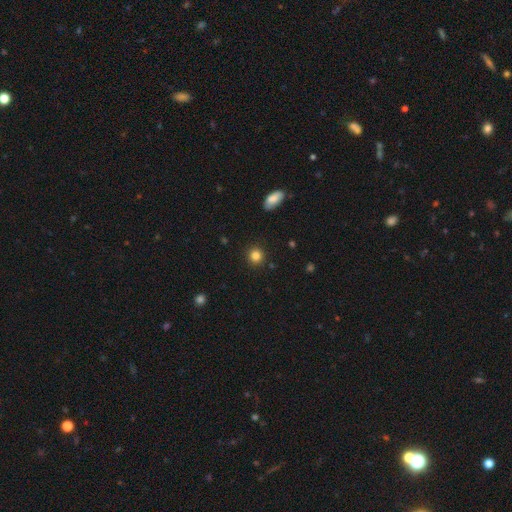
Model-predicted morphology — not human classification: A smooth galaxy with no disk features (84%) that is round (91%). Merging: none (91%).